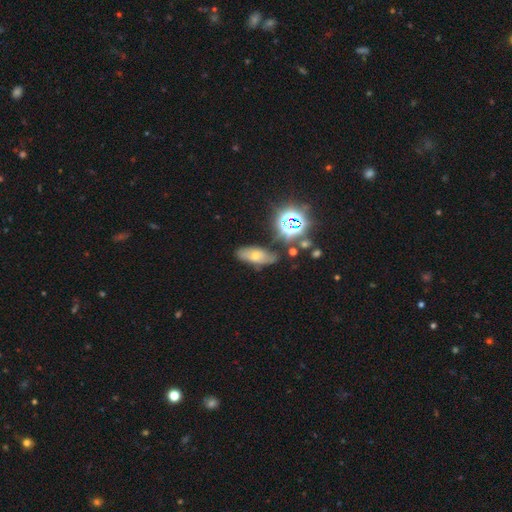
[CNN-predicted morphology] star or artifact 38%, smooth 34%, featured or disk 28%.